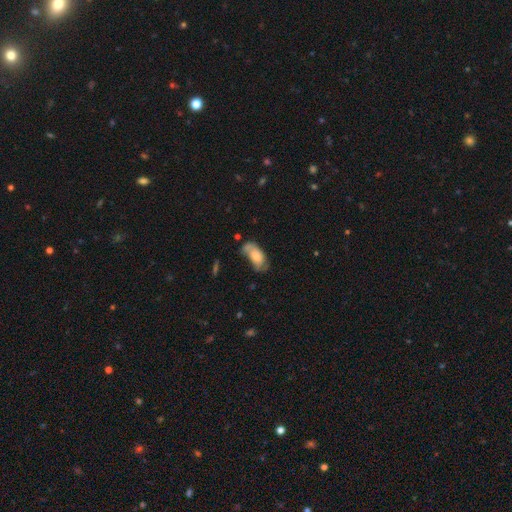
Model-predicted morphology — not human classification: Smooth or featured? smooth (66%)
How rounded? in between (90%)
Merging? none (34%)